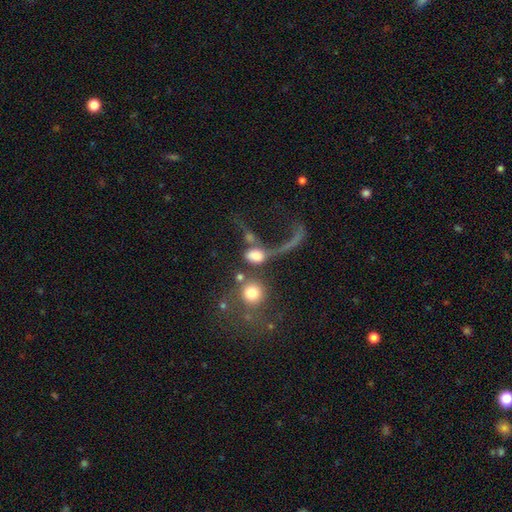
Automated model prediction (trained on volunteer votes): Overall: smooth (58%; featured or disk 30%). How rounded: in between (58%; round 37%). Merging: merger (44%; major disturbance 29%).